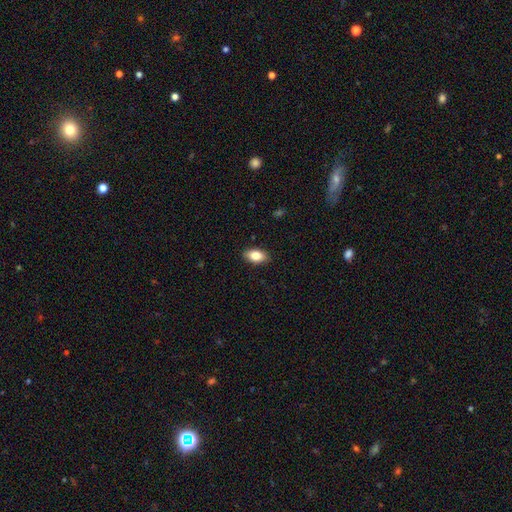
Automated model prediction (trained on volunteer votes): A smooth galaxy with no disk features (83%) that is in between round and cigar-shaped (91%).

Vote fractions:
- Smooth or featured? smooth: 83% / featured or disk: 10% / star or artifact: 7%
- How rounded? in between: 91% / round: 6% / cigar-shaped: 3%
- Merging? none: 89% / minor disturbance: 8% / major disturbance: 2% / merger: 1%